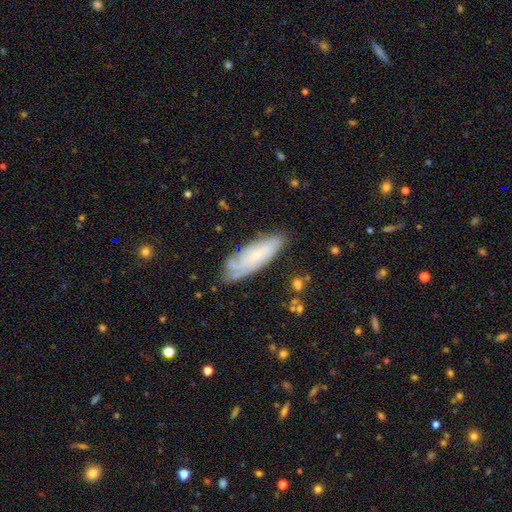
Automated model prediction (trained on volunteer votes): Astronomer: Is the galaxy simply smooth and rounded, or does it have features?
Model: featured or disk — 60%.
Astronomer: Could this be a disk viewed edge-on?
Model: no — 79%.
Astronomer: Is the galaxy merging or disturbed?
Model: none — 73%.